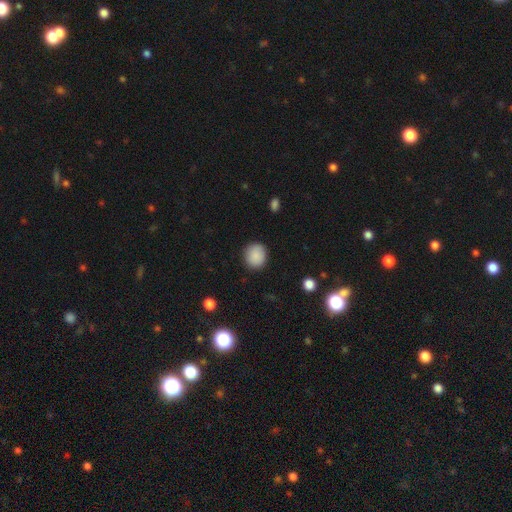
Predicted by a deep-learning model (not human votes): smooth_or_featured: smooth (p=0.88) [alt: star or artifact p=0.08]
how_rounded: round (p=0.82) [alt: in between p=0.17]
merging: none (p=0.88) [alt: minor disturbance p=0.08]